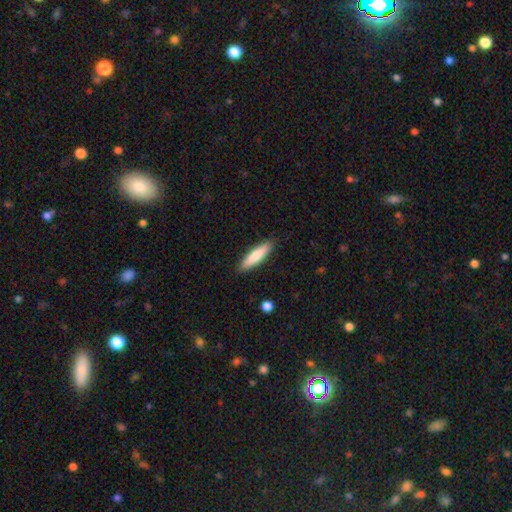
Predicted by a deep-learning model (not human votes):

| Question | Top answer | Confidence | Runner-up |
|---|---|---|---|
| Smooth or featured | smooth | 80% | featured or disk (15%) |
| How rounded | cigar-shaped | 73% | in between (26%) |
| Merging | none | 89% | minor disturbance (8%) |